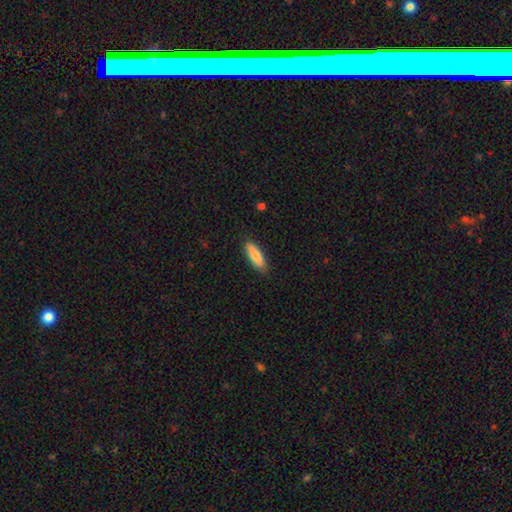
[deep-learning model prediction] Morphology: type=smooth (85%); roundness=in between (52%); merging=none (86%).